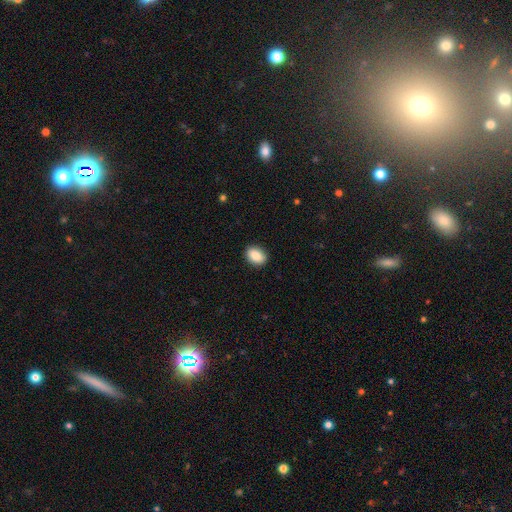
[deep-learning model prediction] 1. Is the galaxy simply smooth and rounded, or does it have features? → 87% smooth, 7% star or artifact, 5% featured or disk.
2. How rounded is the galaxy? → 77% in between, 21% round, 1% cigar-shaped.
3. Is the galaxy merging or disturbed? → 90% none, 7% minor disturbance, 2% major disturbance, 1% merger.